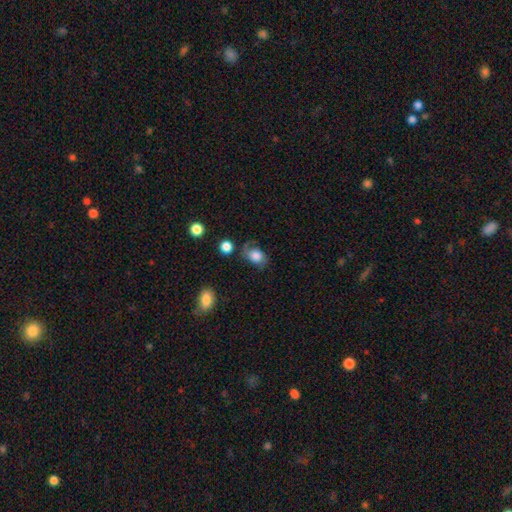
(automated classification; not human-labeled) This is likely a smooth galaxy (64%). How rounded: likely in between (68%). Merging: possibly none (50%).